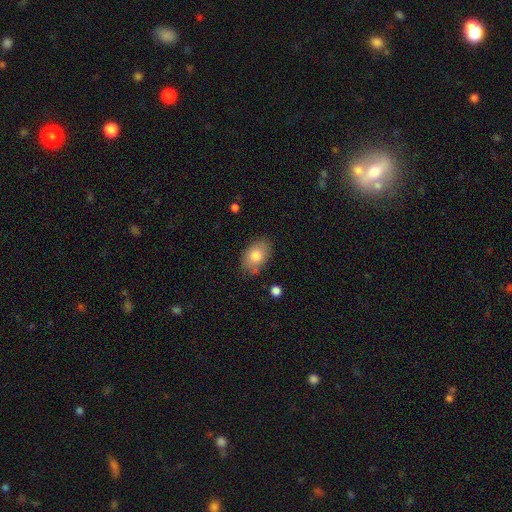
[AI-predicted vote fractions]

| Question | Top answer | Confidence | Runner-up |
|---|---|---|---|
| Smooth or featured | smooth | 80% | featured or disk (13%) |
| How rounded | in between | 87% | round (12%) |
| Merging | none | 78% | minor disturbance (16%) |